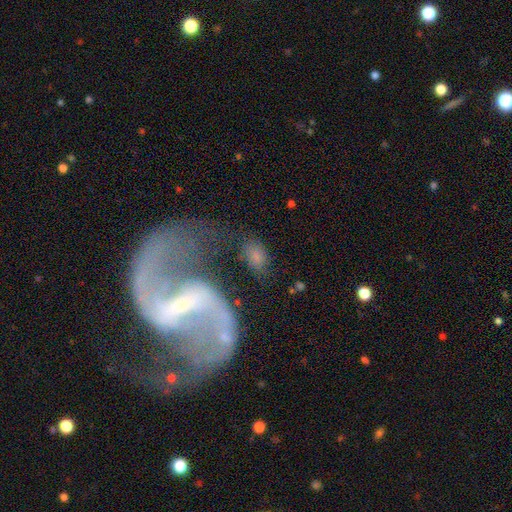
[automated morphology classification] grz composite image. It shows a smooth galaxy with no disk features (69%) that is in between round and cigar-shaped (86%). Merging: none (63%).